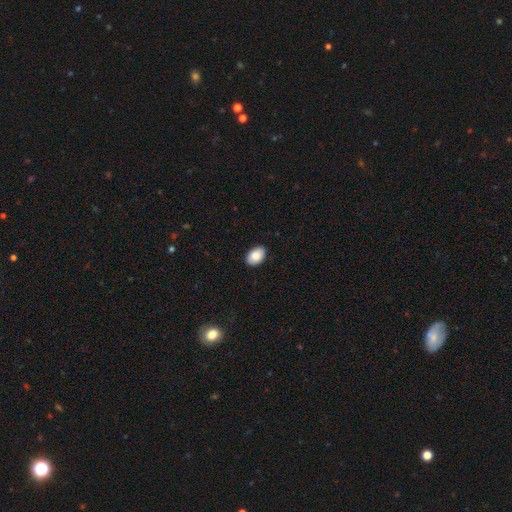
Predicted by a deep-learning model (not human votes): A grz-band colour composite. It shows a smooth galaxy with no disk features (88%) that is in between round and cigar-shaped (89%). Merging: none (89%).